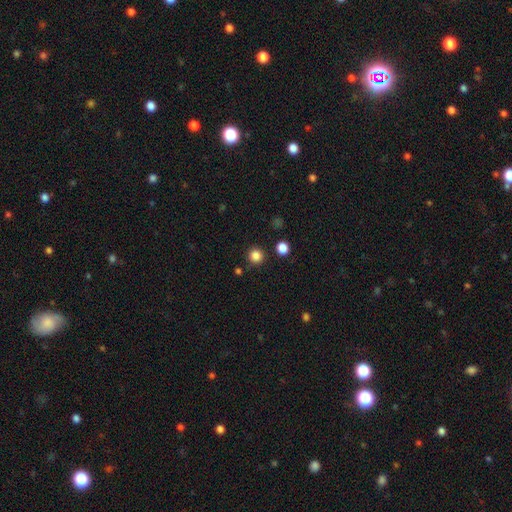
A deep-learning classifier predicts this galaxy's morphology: smooth_or_featured: smooth (p=0.84) [alt: star or artifact p=0.13]
how_rounded: round (p=0.94) [alt: in between p=0.05]
merging: none (p=0.89) [alt: minor disturbance p=0.06]